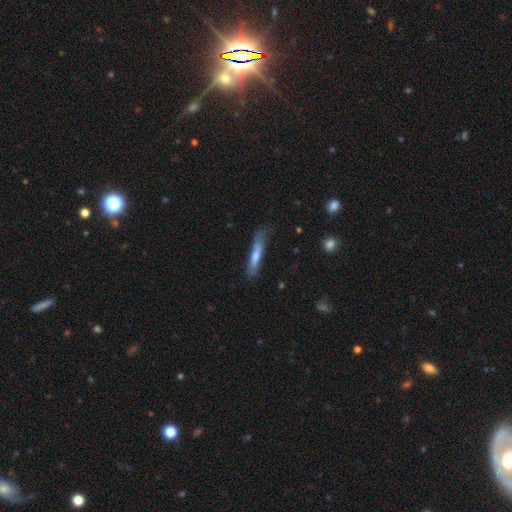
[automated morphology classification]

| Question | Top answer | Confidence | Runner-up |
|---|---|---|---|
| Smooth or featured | smooth | 57% | featured or disk (37%) |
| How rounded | cigar-shaped | 89% | in between (10%) |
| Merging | none | 56% | minor disturbance (29%) |